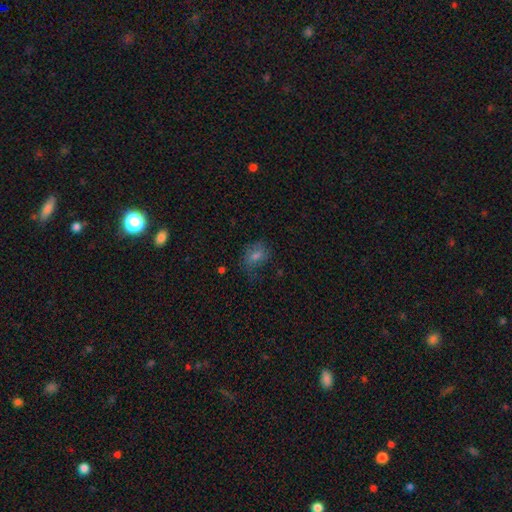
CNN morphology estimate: Smooth or featured? Predicted: smooth (p=0.54). How rounded? Predicted: in between (p=0.61). Merging? Predicted: none (p=0.60).